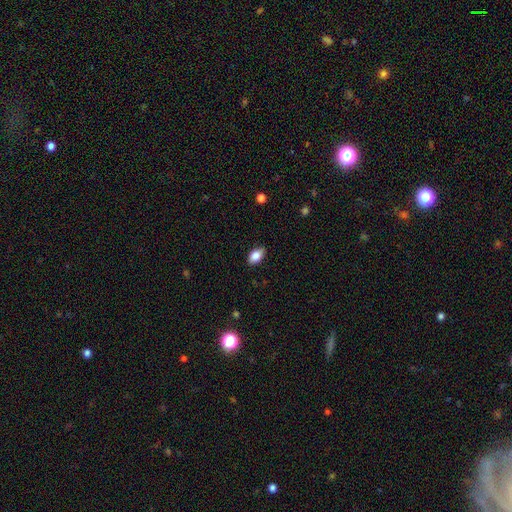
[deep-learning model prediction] A smooth galaxy with no disk features (83%) that is in between round and cigar-shaped (90%).

Vote fractions:
- Smooth or featured? smooth: 83% / featured or disk: 9% / star or artifact: 8%
- How rounded? in between: 90% / round: 7% / cigar-shaped: 3%
- Merging? none: 87% / minor disturbance: 10% / major disturbance: 2% / merger: 1%